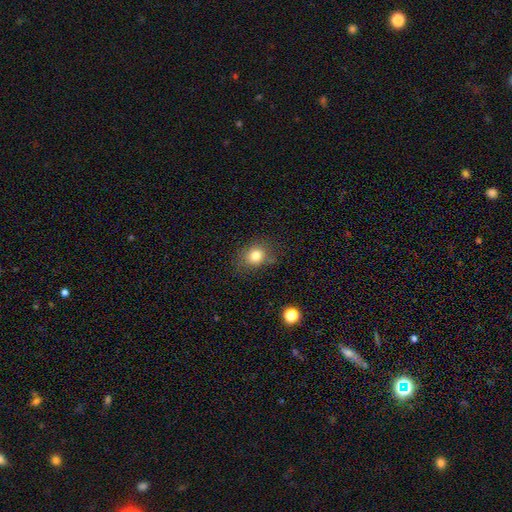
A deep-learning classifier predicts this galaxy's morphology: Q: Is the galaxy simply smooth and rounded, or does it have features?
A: smooth — 80%.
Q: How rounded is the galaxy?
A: round — 62%.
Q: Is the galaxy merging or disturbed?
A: none — 72%.